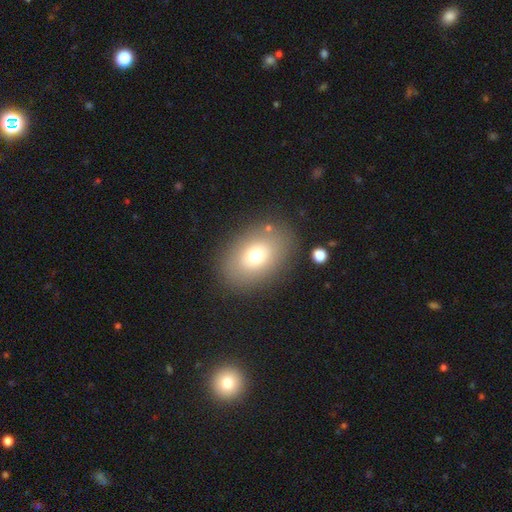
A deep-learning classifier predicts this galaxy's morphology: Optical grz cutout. It shows a smooth galaxy with no disk features (72%) that is in between round and cigar-shaped (79%). Merging: none (82%).